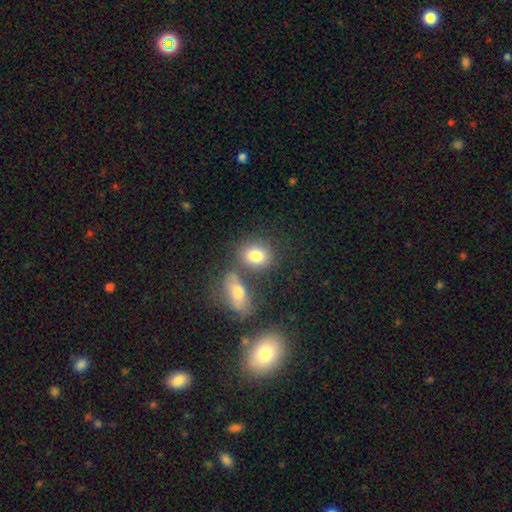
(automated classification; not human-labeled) Smooth or featured?
  - smooth: 80% *
  - featured or disk: 10%
  - star or artifact: 10%
How rounded?
  - in between: 52% *
  - round: 46%
  - cigar-shaped: 2%
Merging?
  - none: 60% *
  - merger: 24%
  - minor disturbance: 11%
  - major disturbance: 5%